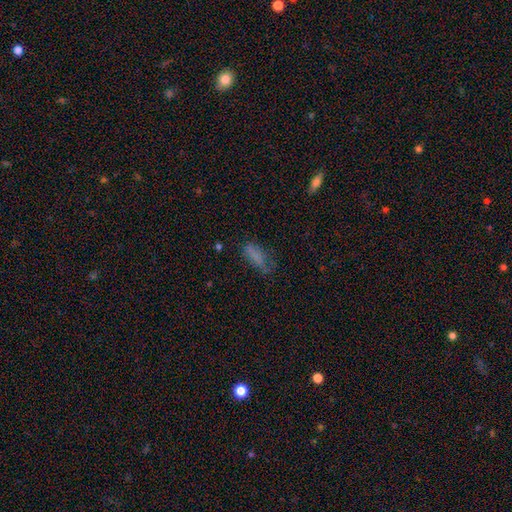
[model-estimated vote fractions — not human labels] Smooth or featured? Predicted: smooth (p=0.71). How rounded? Predicted: in between (p=0.65). Merging? Predicted: none (p=0.47).